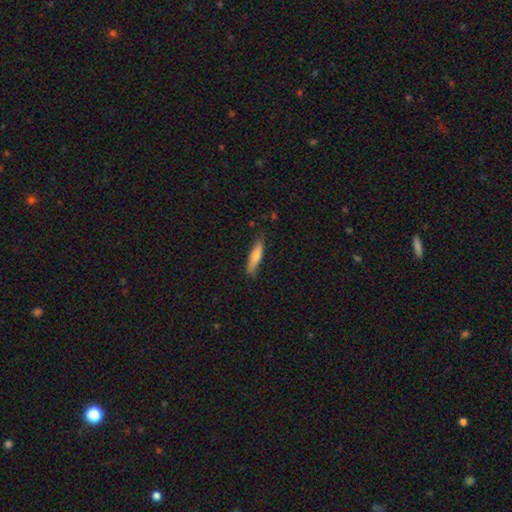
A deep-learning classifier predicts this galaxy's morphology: Q: Smooth or featured?
A: smooth (77%); runner-up: featured or disk (17%)
Q: How rounded?
A: cigar-shaped (75%); runner-up: in between (24%)
Q: Merging?
A: none (78%); runner-up: minor disturbance (18%)